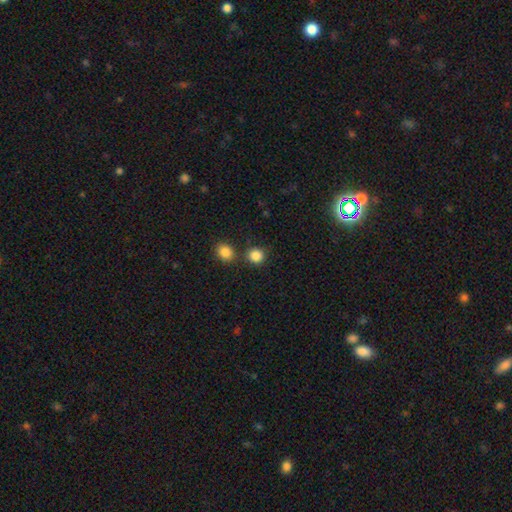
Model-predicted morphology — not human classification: Smooth or featured?
  - smooth: 86% *
  - star or artifact: 10%
  - featured or disk: 4%
How rounded?
  - round: 86% *
  - in between: 13%
  - cigar-shaped: 1%
Merging?
  - none: 76% *
  - merger: 13%
  - minor disturbance: 8%
  - major disturbance: 3%